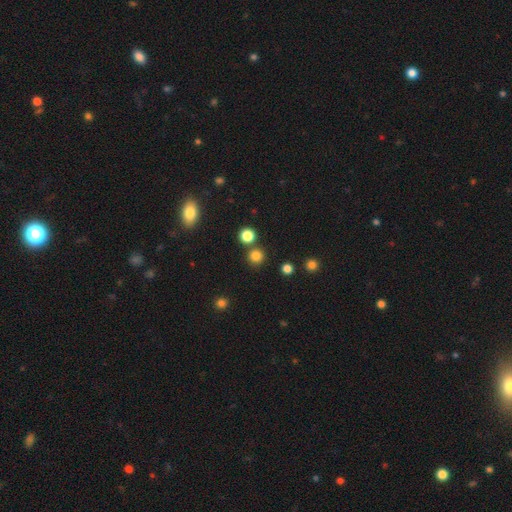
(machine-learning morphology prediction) This is clearly a smooth galaxy (81%). How rounded: clearly round (92%). Merging: clearly none (81%).